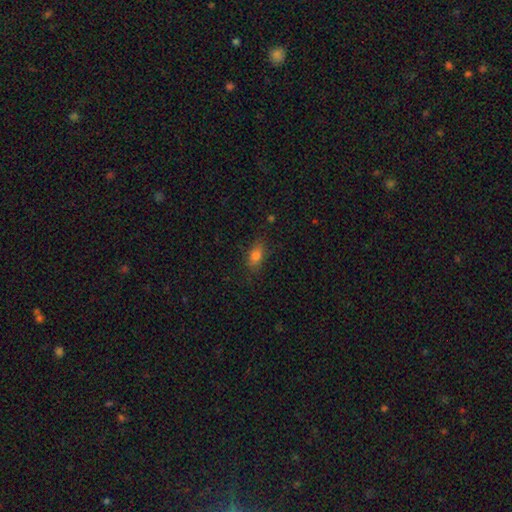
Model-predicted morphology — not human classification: Smooth or featured: smooth — 80% (star or artifact — 11%)
How rounded: in between — 83% (round — 10%)
Merging: none — 78% (minor disturbance — 16%)